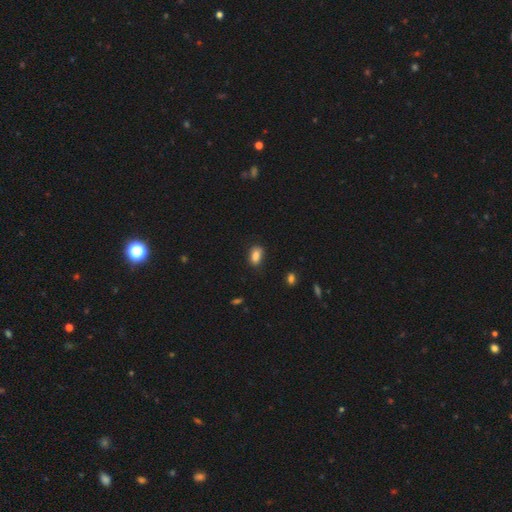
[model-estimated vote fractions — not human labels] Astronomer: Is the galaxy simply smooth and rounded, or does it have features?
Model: smooth — 85%.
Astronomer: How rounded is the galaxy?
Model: in between — 87%.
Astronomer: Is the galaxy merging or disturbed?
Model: none — 76%.